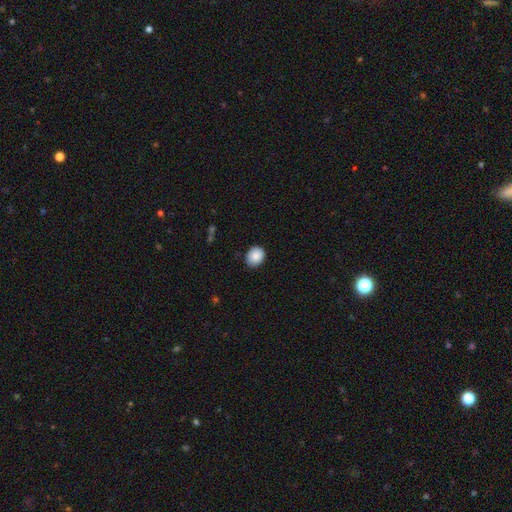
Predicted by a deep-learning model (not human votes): Smooth or featured? smooth (88%)
How rounded? round (60%)
Merging? none (84%)